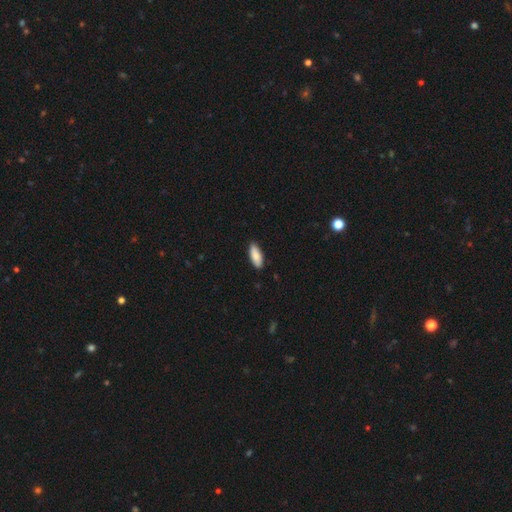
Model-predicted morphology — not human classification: Smooth or featured?
  - smooth: 86% *
  - featured or disk: 9%
  - star or artifact: 6%
How rounded?
  - in between: 78% *
  - cigar-shaped: 20%
  - round: 2%
Merging?
  - none: 87% *
  - minor disturbance: 11%
  - major disturbance: 2%
  - merger: 1%